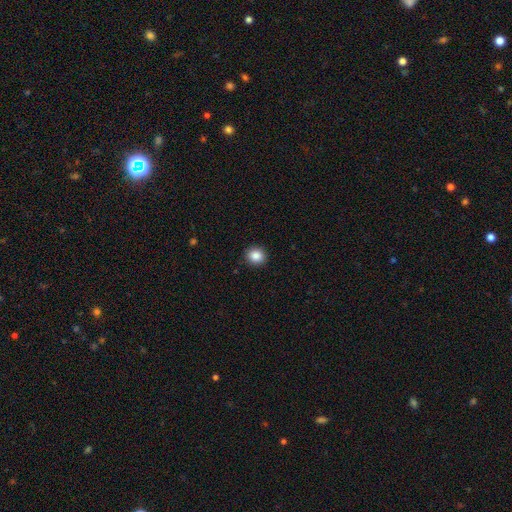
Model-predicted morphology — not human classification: The model was most divided on "how rounded": round: 85%, in between: 14%, cigar-shaped: 1%. More confident: merging — none (92%); smooth or featured — smooth (87%).